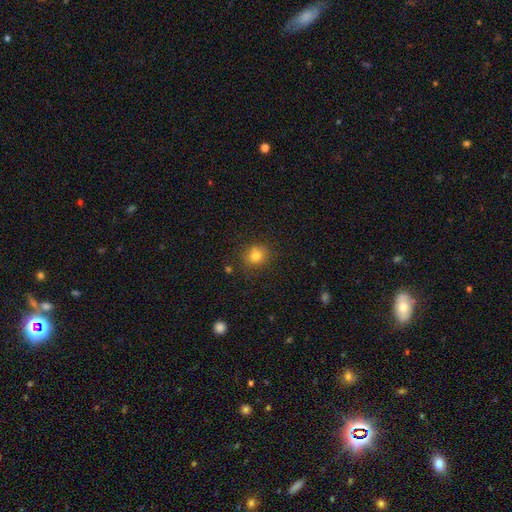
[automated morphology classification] smooth 80%, star or artifact 14%, featured or disk 7%. Down the decision tree: how rounded — round (83%); merging — none (84%).